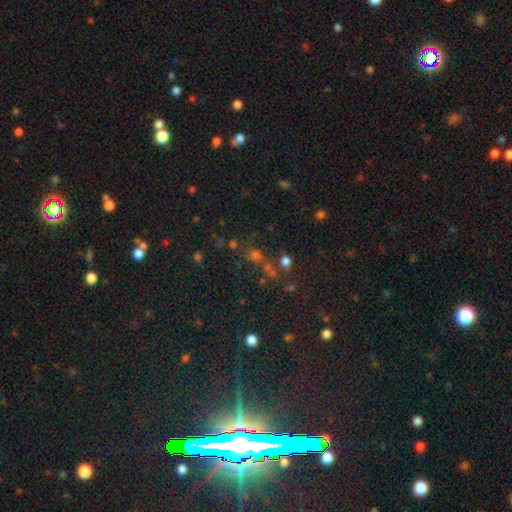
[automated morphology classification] Q: Smooth or featured?
A: star or artifact (50%); runner-up: smooth (39%)